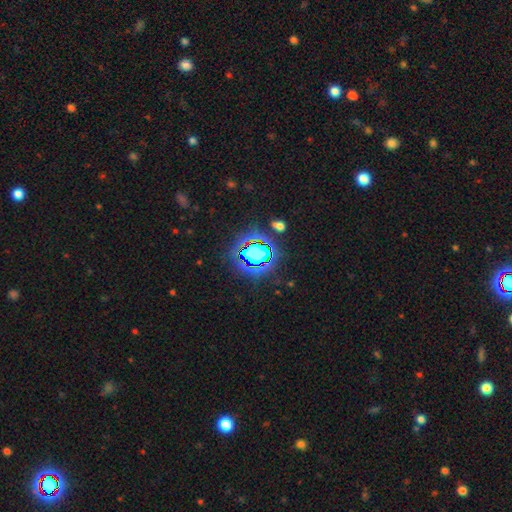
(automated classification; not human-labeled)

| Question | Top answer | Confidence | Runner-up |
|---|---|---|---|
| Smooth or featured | star or artifact | 80% | smooth (12%) |